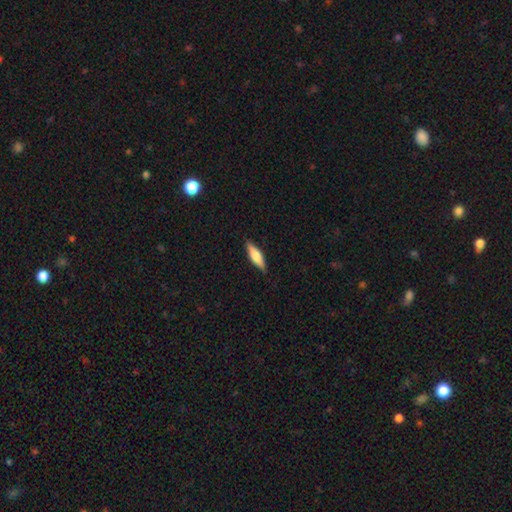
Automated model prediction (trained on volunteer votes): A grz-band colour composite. It shows a smooth galaxy with no disk features (62%) that is cigar-shaped (60%). Merging: none (88%).